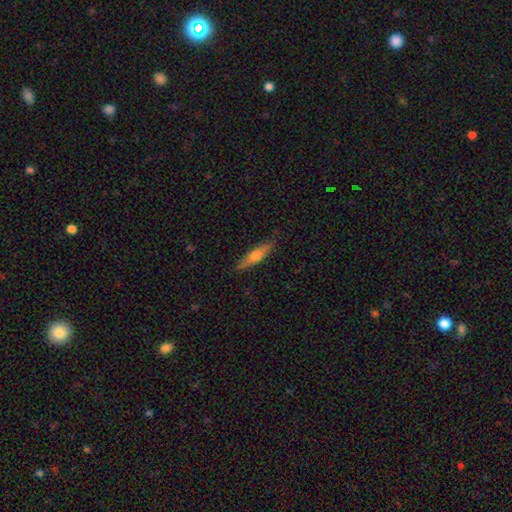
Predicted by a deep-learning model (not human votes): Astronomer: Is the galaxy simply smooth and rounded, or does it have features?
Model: smooth — 47%, tied with featured or disk at 47%.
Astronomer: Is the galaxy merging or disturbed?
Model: none — 87%.